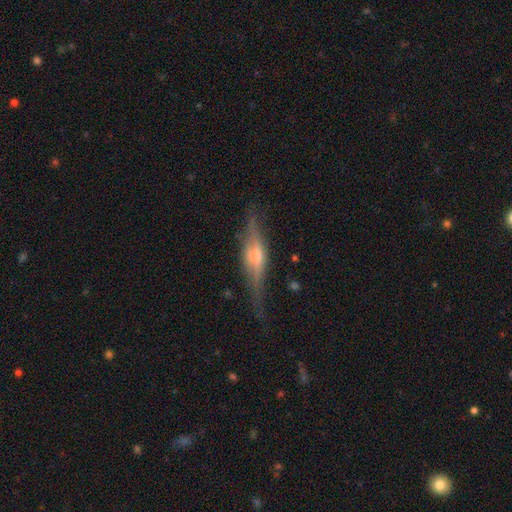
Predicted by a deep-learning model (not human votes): The model was most divided on "edge-on bulge": rounded: 77%, boxy: 17%, none: 6%. More confident: edge-on disk — yes (95%); merging — none (79%); smooth or featured — featured or disk (77%).